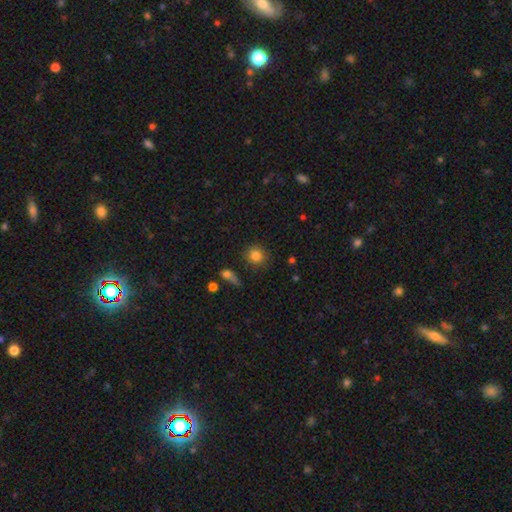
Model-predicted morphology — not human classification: This is clearly a smooth galaxy (83%). How rounded: clearly round (86%). Merging: clearly none (83%).